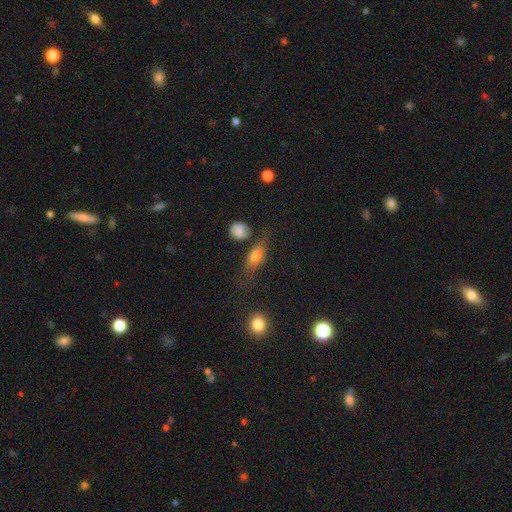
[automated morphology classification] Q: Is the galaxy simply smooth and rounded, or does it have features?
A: smooth — 60%.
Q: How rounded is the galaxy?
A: in between — 60%.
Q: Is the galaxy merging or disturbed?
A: none — 57%.